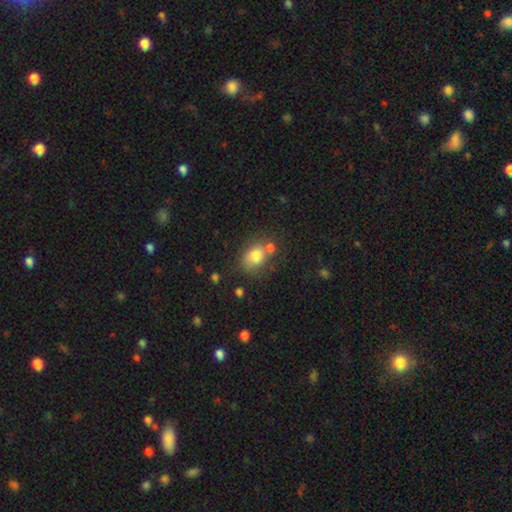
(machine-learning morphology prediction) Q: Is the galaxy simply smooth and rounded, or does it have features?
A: smooth — 77%.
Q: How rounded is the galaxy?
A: in between — 56%.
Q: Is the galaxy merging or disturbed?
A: none — 51%.